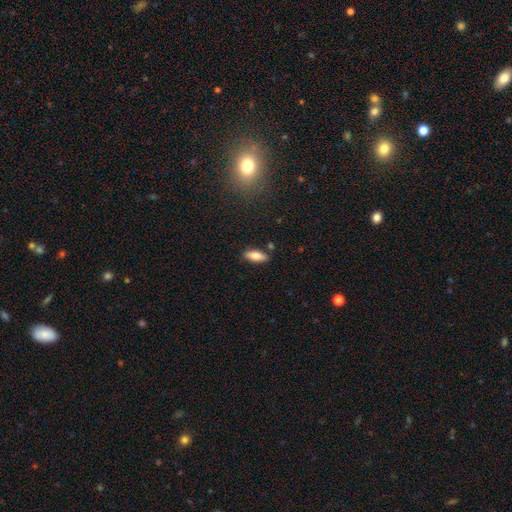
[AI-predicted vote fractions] Smooth or featured?
  - smooth: 79% *
  - featured or disk: 15%
  - star or artifact: 7%
How rounded?
  - in between: 73% *
  - cigar-shaped: 25%
  - round: 2%
Merging?
  - none: 84% *
  - minor disturbance: 11%
  - merger: 3%
  - major disturbance: 2%